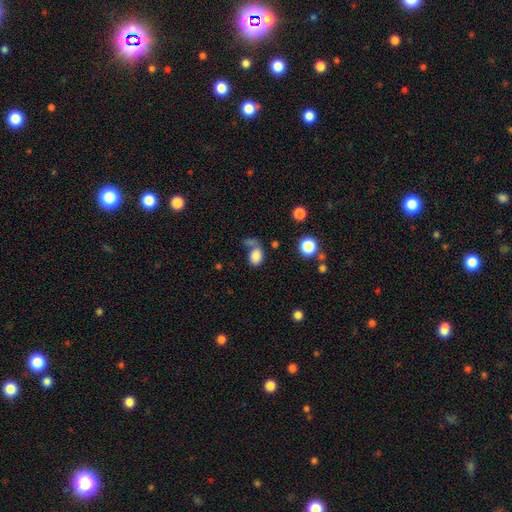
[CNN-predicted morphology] This appears to be a smooth galaxy with no disk features (82%) that is in between round and cigar-shaped (78%). Merging: none (46%).